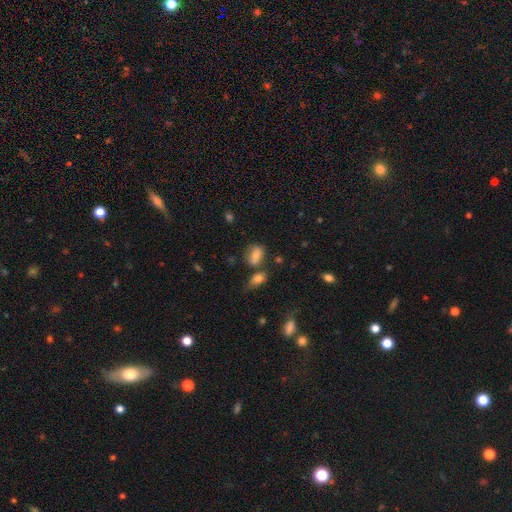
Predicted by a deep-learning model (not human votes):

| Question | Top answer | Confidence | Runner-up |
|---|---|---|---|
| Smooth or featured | smooth | 76% | featured or disk (12%) |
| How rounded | in between | 71% | round (27%) |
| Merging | none | 55% | merger (20%) |